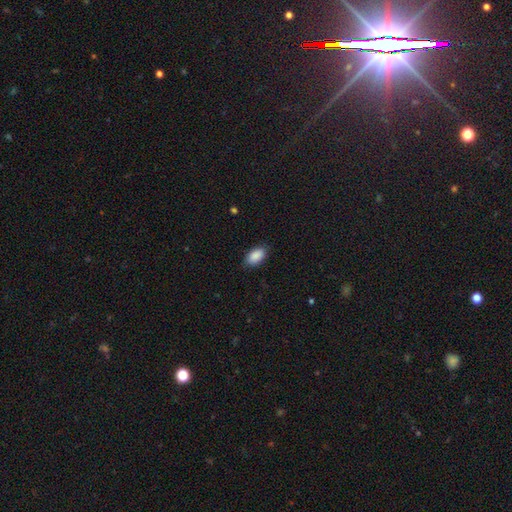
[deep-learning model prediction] A smooth galaxy with no disk features (89%) that is in between round and cigar-shaped (94%).

Vote fractions:
- Smooth or featured? smooth: 89% / star or artifact: 6% / featured or disk: 4%
- How rounded? in between: 94% / round: 4% / cigar-shaped: 2%
- Merging? none: 83% / minor disturbance: 13% / major disturbance: 3% / merger: 1%